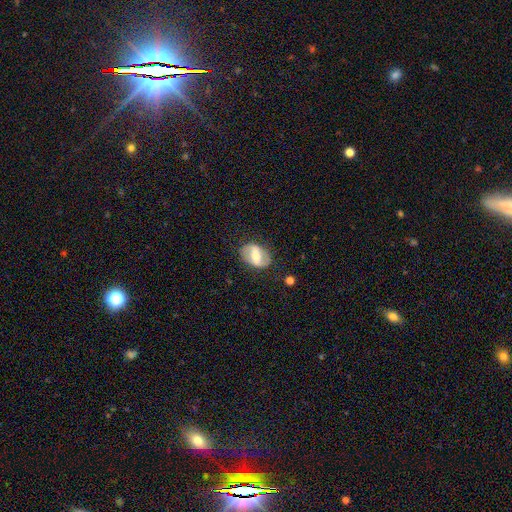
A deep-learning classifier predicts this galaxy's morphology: type=featured or disk (66%); edge-on=no (95%); bar=strong (52%); spiral arms=yes (77%); bulge=moderate (48%); merging=none (80%).